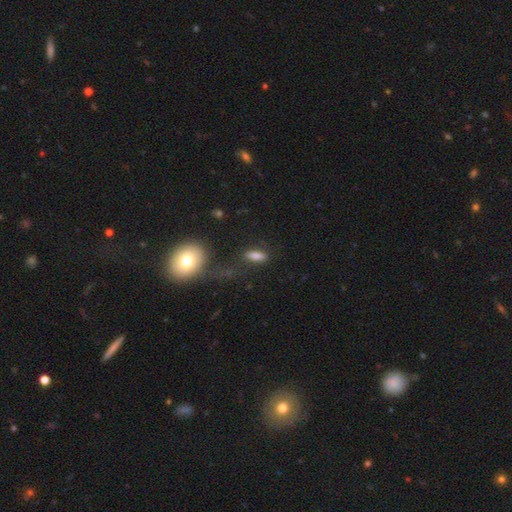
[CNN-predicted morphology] Q: Smooth or featured?
A: smooth (74%); runner-up: featured or disk (14%)
Q: How rounded?
A: in between (64%); runner-up: cigar-shaped (27%)
Q: Merging?
A: none (67%); runner-up: minor disturbance (16%)